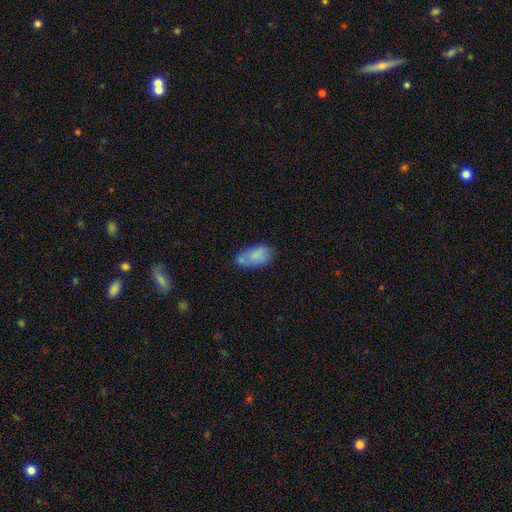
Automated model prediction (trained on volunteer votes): Smooth or featured: smooth — 77% (featured or disk — 16%)
How rounded: in between — 92% (round — 5%)
Merging: none — 54% (minor disturbance — 25%)